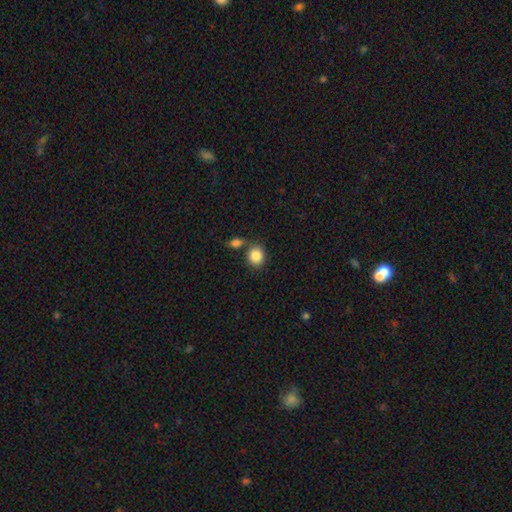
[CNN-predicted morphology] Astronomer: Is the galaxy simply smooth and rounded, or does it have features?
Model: smooth — 86%.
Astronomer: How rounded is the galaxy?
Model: round — 71%.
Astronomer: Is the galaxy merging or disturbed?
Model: none — 64%.